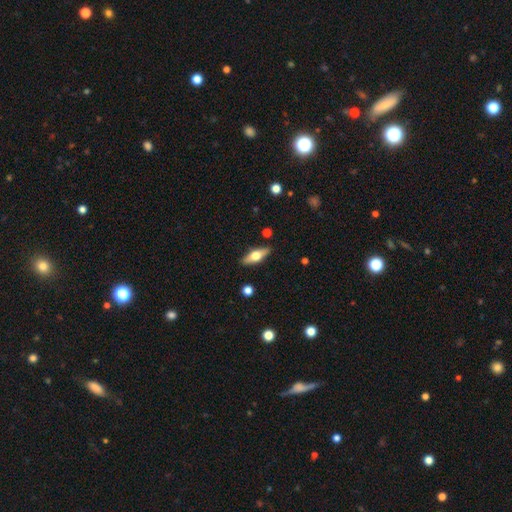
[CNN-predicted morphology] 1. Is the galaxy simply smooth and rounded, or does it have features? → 47% featured or disk (tied), 47% smooth (tied), 6% star or artifact.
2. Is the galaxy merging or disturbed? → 88% none, 9% minor disturbance, 2% major disturbance, 1% merger.